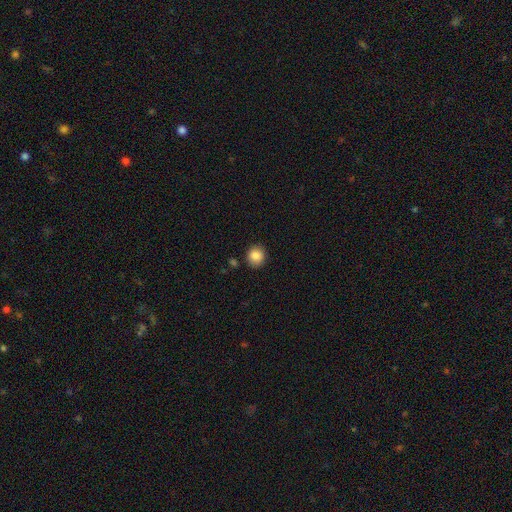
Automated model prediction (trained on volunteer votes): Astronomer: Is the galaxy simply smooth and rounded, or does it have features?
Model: smooth — 87%.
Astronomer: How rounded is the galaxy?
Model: round — 84%.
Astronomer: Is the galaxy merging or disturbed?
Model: none — 86%.